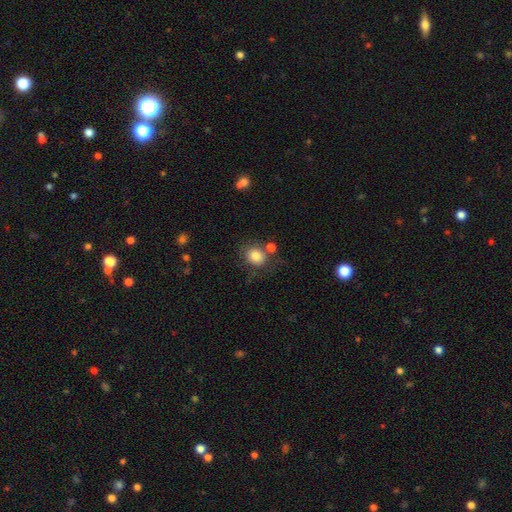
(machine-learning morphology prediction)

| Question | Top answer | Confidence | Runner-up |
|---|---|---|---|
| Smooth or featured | smooth | 80% | star or artifact (10%) |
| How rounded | round | 69% | in between (30%) |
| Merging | none | 64% | merger (15%) |